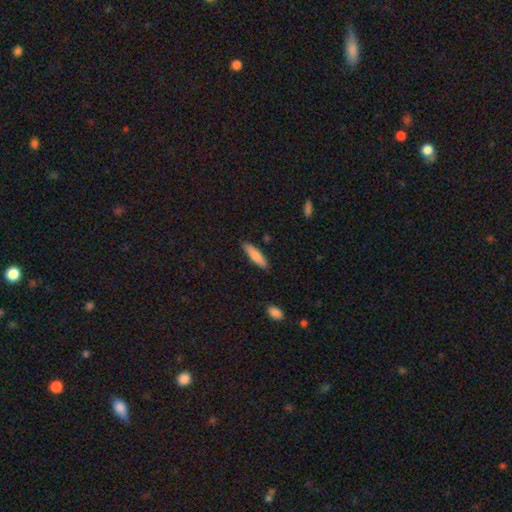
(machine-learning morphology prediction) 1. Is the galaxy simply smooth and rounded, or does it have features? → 80% smooth, 14% featured or disk, 6% star or artifact.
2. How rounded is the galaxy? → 72% cigar-shaped, 26% in between, 2% round.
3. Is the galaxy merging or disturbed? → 84% none, 12% minor disturbance, 2% major disturbance, 2% merger.